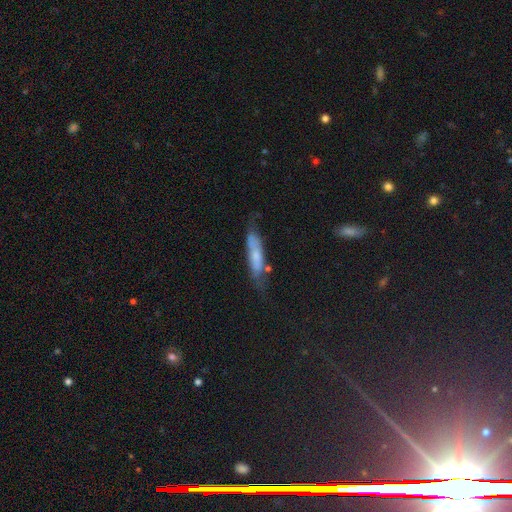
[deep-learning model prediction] Smooth or featured? smooth (54%)
How rounded? cigar-shaped (74%)
Merging? none (53%)